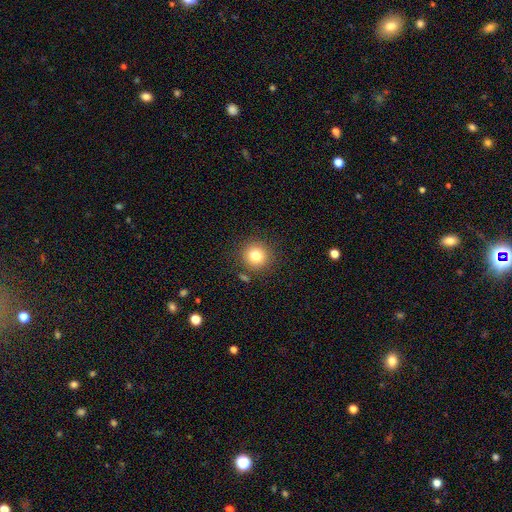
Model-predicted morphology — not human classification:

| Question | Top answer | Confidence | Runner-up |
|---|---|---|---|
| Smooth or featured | smooth | 80% | star or artifact (12%) |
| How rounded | round | 93% | in between (6%) |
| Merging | none | 85% | minor disturbance (8%) |